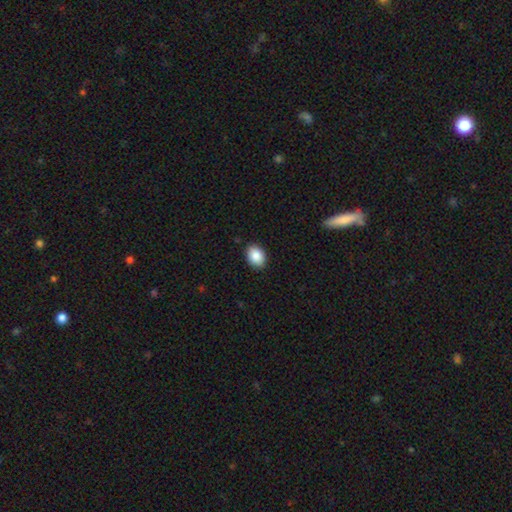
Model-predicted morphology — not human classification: smooth_or_featured: smooth (p=0.88) [alt: star or artifact p=0.07]
how_rounded: in between (p=0.75) [alt: round p=0.24]
merging: none (p=0.90) [alt: minor disturbance p=0.07]